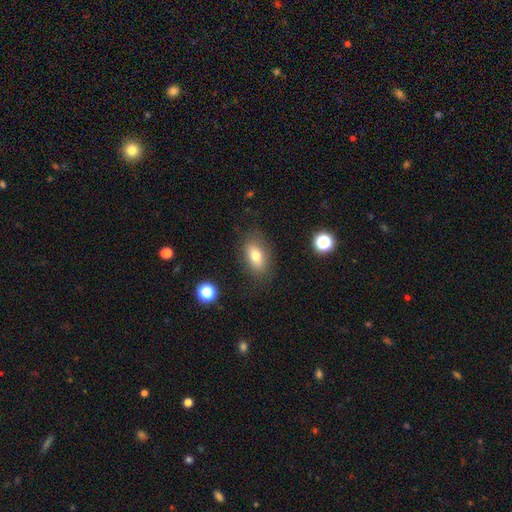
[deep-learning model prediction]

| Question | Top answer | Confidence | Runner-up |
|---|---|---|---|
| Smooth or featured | smooth | 76% | featured or disk (15%) |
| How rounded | in between | 86% | round (9%) |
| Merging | none | 81% | minor disturbance (13%) |